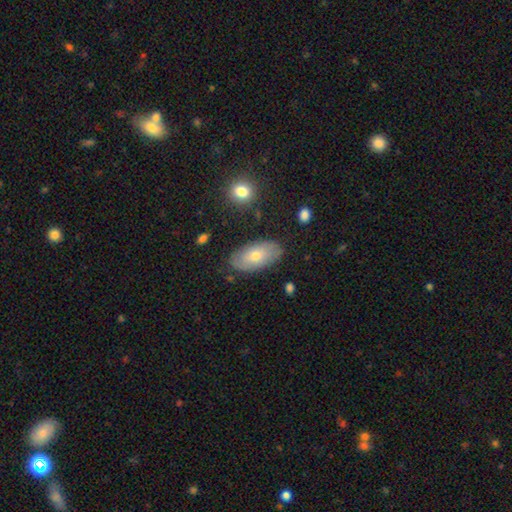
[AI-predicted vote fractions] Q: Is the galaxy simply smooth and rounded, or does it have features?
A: smooth — 58%.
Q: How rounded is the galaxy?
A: in between — 93%.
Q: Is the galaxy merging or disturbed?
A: none — 81%.